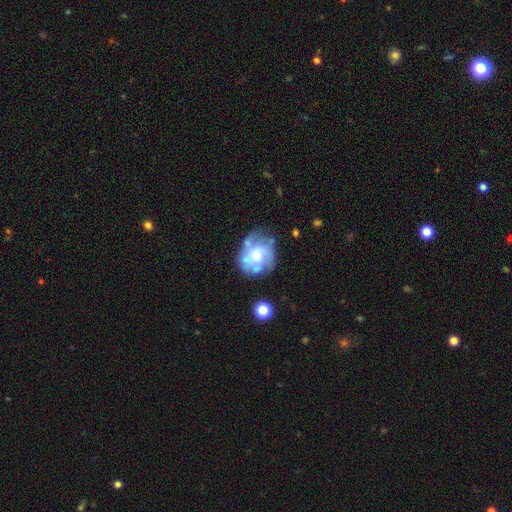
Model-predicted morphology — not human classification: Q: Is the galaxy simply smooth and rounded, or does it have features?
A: featured or disk — 63%.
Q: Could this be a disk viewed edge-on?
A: no — 97%.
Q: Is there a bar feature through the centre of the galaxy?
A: no — 80%.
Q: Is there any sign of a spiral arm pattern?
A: yes — 63%.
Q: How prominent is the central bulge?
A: moderate — 46%.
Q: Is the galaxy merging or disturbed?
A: none — 53%.